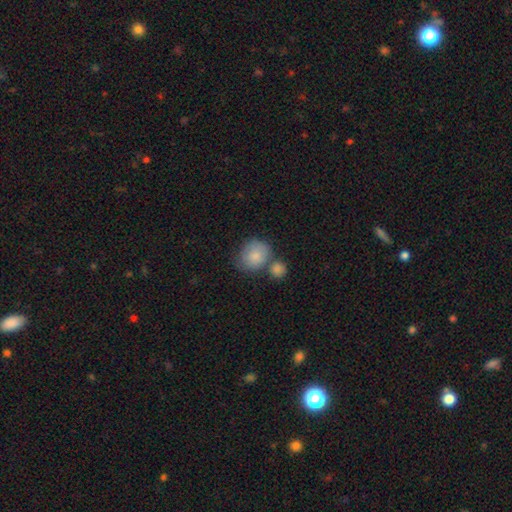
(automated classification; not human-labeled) A smooth galaxy with no disk features (83%) that is round (69%).

Vote fractions:
- Smooth or featured? smooth: 83% / featured or disk: 10% / star or artifact: 7%
- How rounded? round: 69% / in between: 30% / cigar-shaped: 1%
- Merging? none: 48% / merger: 30% / minor disturbance: 16% / major disturbance: 6%